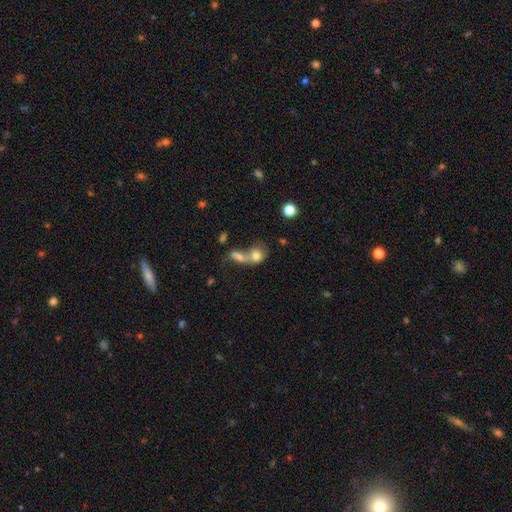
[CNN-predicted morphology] smooth 69%, featured or disk 18%, star or artifact 13%. Down the decision tree: how rounded — round (58%); merging — merger (65%).